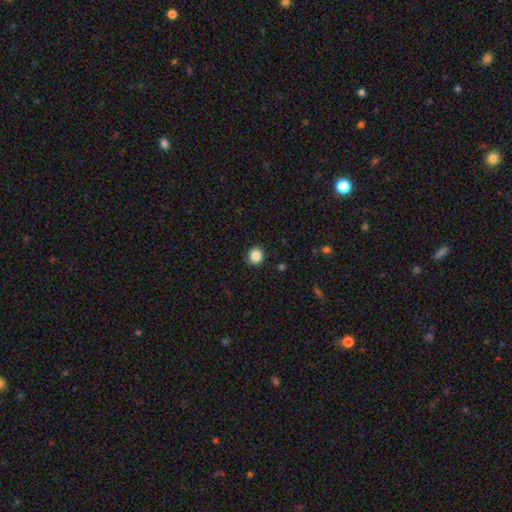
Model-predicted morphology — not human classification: A smooth galaxy with no disk features (87%) that is round (85%). Merging: none (92%).